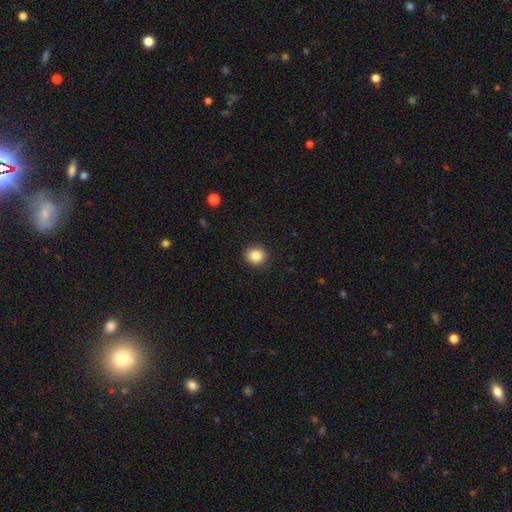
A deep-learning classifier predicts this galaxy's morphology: A smooth galaxy with no disk features (85%) that is round (84%).

Vote fractions:
- Smooth or featured? smooth: 85% / star or artifact: 10% / featured or disk: 5%
- How rounded? round: 84% / in between: 15% / cigar-shaped: 1%
- Merging? none: 91% / minor disturbance: 6% / major disturbance: 2% / merger: 1%